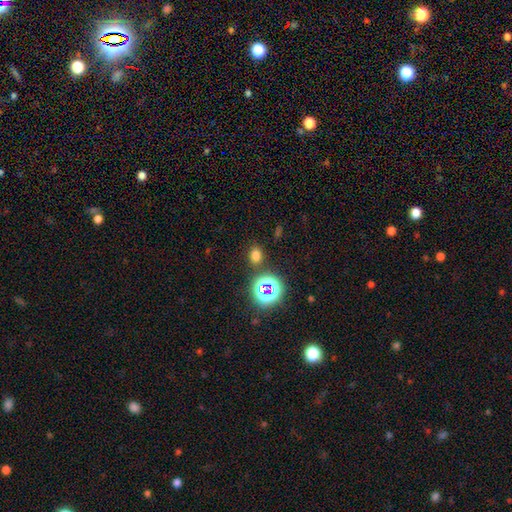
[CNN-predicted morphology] smooth_or_featured: smooth (p=0.68) [alt: star or artifact p=0.26]
how_rounded: in between (p=0.60) [alt: round p=0.39]
merging: none (p=0.81) [alt: minor disturbance p=0.10]